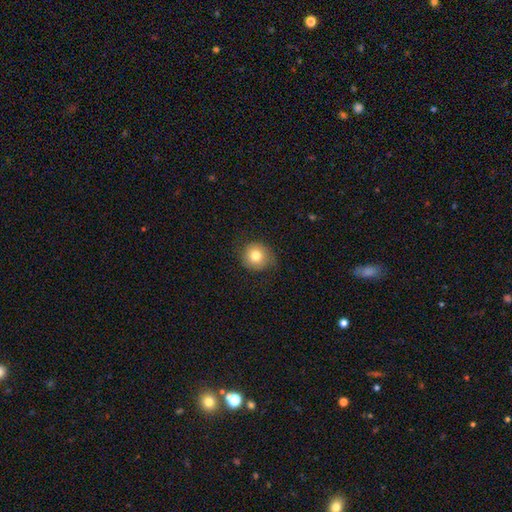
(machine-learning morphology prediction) This appears to be a smooth galaxy with no disk features (78%) that is round (90%). Merging: none (78%).